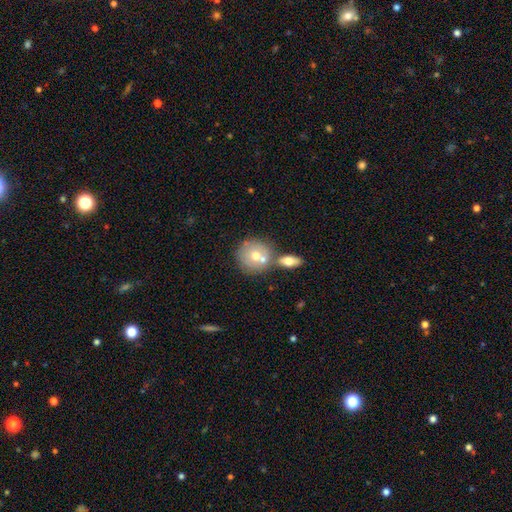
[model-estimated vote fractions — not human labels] Smooth or featured? Predicted: smooth (p=0.64). How rounded? Predicted: round (p=0.87). Merging? Predicted: none (p=0.48).